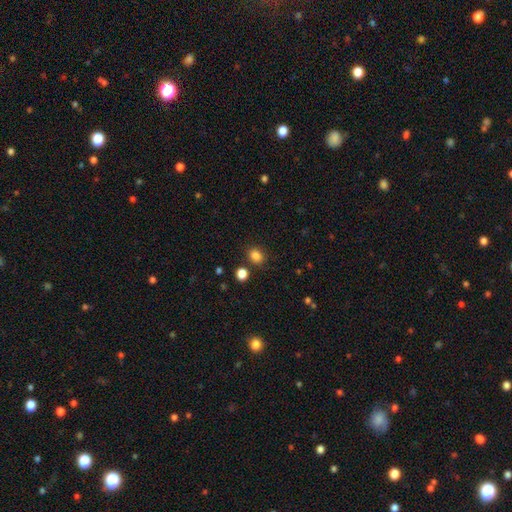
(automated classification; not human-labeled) Smooth or featured? smooth (84%)
How rounded? round (51%)
Merging? none (82%)